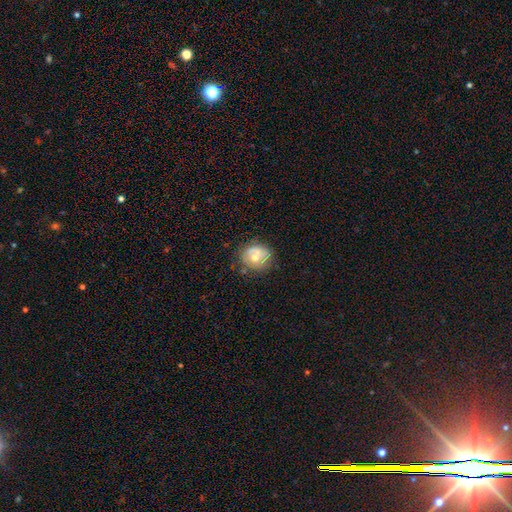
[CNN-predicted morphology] Smooth or featured?
  - smooth: 54% *
  - featured or disk: 37%
  - star or artifact: 9%
How rounded?
  - round: 81% *
  - in between: 18%
  - cigar-shaped: 1%
Merging?
  - none: 67% *
  - minor disturbance: 22%
  - major disturbance: 7%
  - merger: 4%